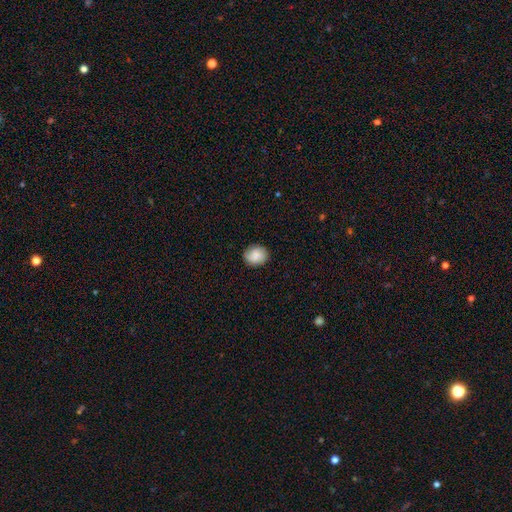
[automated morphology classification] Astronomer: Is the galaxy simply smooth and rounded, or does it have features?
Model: smooth — 81%.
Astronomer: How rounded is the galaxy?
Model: round — 75%.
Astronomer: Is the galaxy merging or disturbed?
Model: none — 88%.